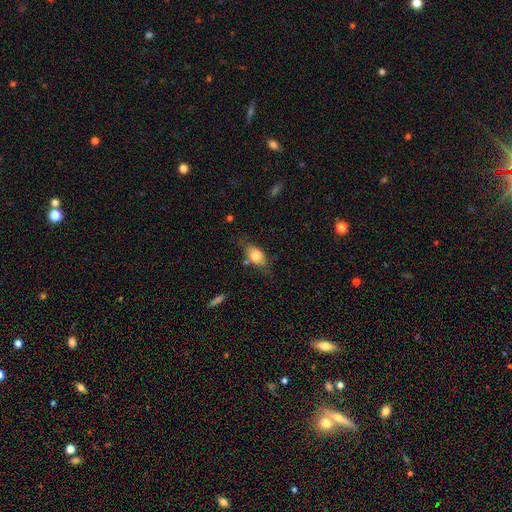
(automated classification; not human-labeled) Overall: smooth (75%). How rounded: in between (77%). Merging: none (63%; minor disturbance 24%).